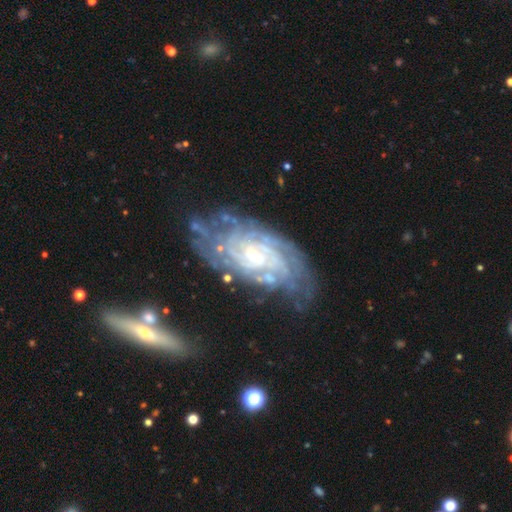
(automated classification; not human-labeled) Q: Smooth or featured?
A: featured or disk (89%); runner-up: star or artifact (6%)
Q: Edge-on disk?
A: no (95%); runner-up: yes (5%)
Q: Bar?
A: no (60%); runner-up: weak (31%)
Q: Spiral arms?
A: yes (97%); runner-up: no (3%)
Q: Spiral winding?
A: tight (77%); runner-up: medium (20%)
Q: Spiral arm count?
A: can't tell (33%); runner-up: 4 (21%)
Q: Bulge size?
A: small (76%); runner-up: moderate (19%)
Q: Merging?
A: none (67%); runner-up: minor disturbance (21%)